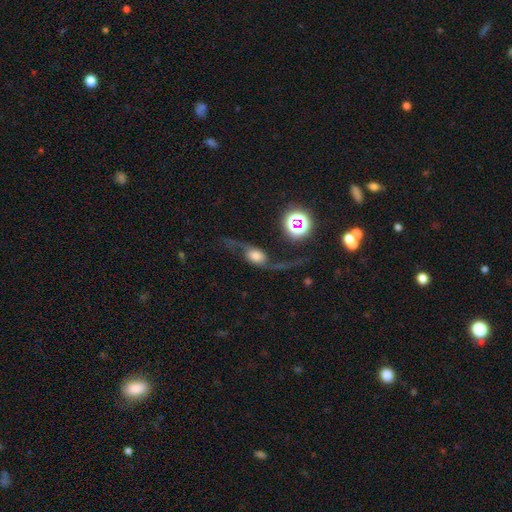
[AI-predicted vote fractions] Overall: featured or disk (72%). Edge-on disk: no (87%). Bar: no (61%; weak 27%). Spiral arms: yes (93%). Spiral arm count: 2 (92%). Spiral winding: loose (93%). Bulge size: large (33%; dominant 26%). Merging: none (53%; major disturbance 26%).